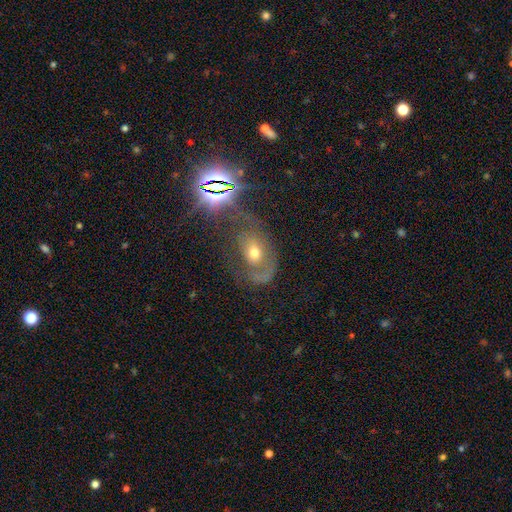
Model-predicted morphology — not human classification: Smooth or featured?
  - featured or disk: 50% *
  - smooth: 28%
  - star or artifact: 22%
Edge-on disk?
  - no: 93% *
  - yes: 7%
Merging?
  - none: 40% *
  - major disturbance: 33%
  - minor disturbance: 20%
  - merger: 7%